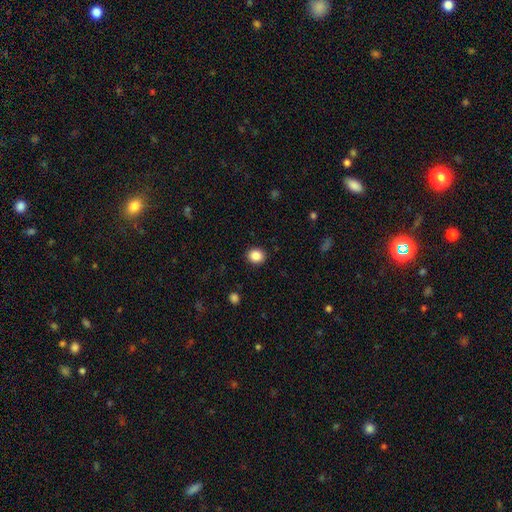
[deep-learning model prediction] Morphology: type=smooth (86%); roundness=round (72%); merging=none (91%).